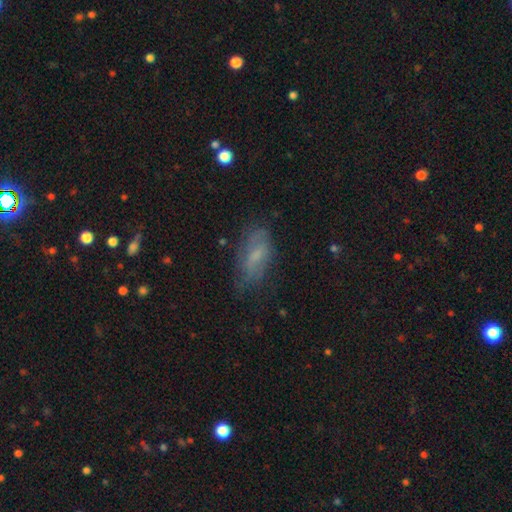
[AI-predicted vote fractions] Morphology: type=smooth (52%); roundness=in between (83%); merging=none (63%).